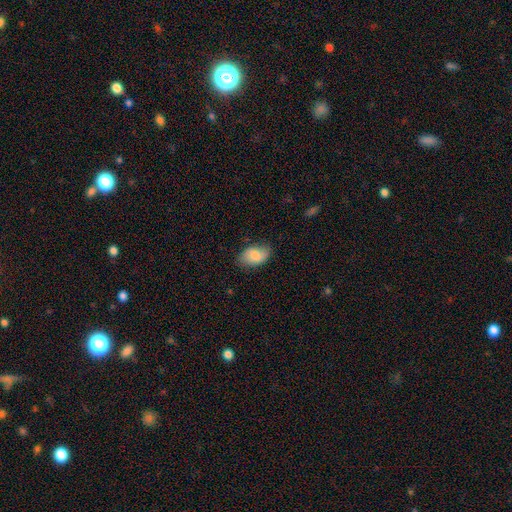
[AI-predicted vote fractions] Q: Smooth or featured?
A: smooth (79%); runner-up: featured or disk (14%)
Q: How rounded?
A: in between (90%); runner-up: round (8%)
Q: Merging?
A: none (72%); runner-up: minor disturbance (22%)